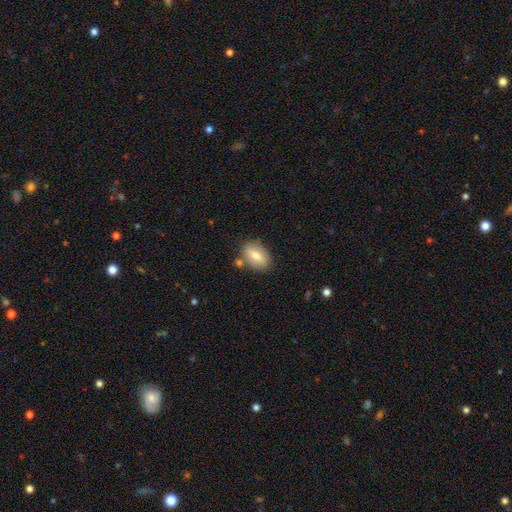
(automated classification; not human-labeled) smooth-or-featured: smooth: 70% | featured or disk: 23% | star or artifact: 8%
  how-rounded: in between: 84% | round: 12% | cigar-shaped: 4%
  merging: none: 77% | minor disturbance: 13% | merger: 7% | major disturbance: 3%